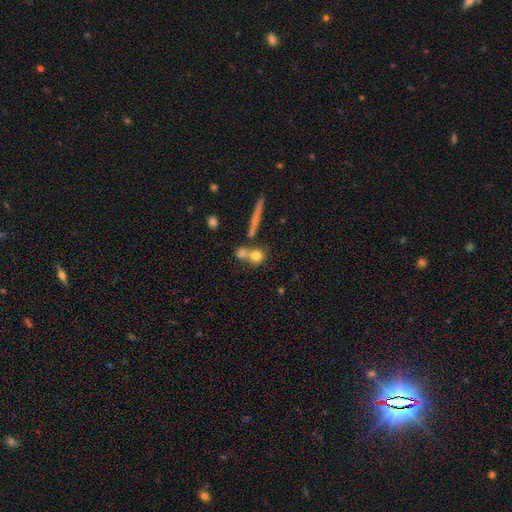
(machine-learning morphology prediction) This is likely a smooth galaxy (71%). How rounded: likely round (77%). Merging: possibly none (47%).